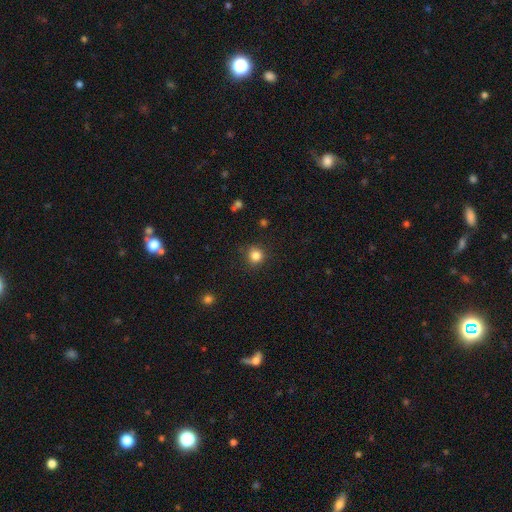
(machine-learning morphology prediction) Overall: smooth (84%). How rounded: round (92%). Merging: none (87%).